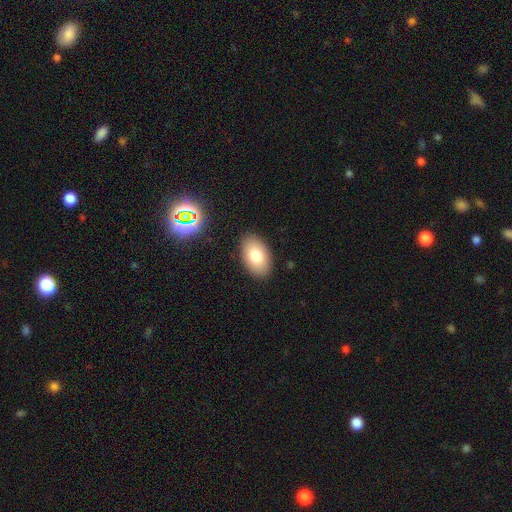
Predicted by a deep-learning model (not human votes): A smooth galaxy with no disk features (78%) that is in between round and cigar-shaped (93%).

Vote fractions:
- Smooth or featured? smooth: 78% / featured or disk: 13% / star or artifact: 9%
- How rounded? in between: 93% / round: 6% / cigar-shaped: 1%
- Merging? none: 88% / minor disturbance: 9% / major disturbance: 2% / merger: 1%